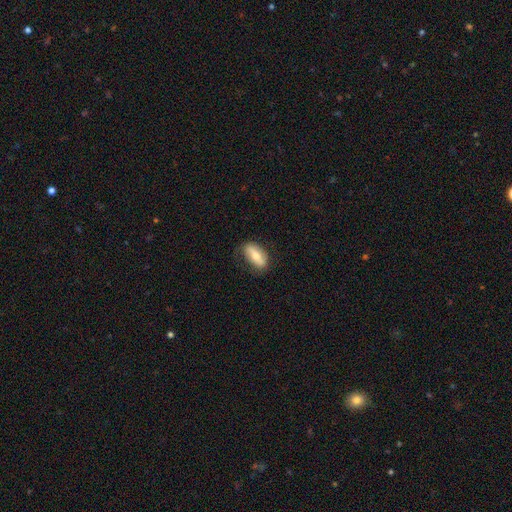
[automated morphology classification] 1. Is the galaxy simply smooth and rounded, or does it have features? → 61% smooth, 33% featured or disk, 6% star or artifact.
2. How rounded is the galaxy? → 84% in between, 12% cigar-shaped, 4% round.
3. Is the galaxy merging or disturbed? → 75% none, 19% minor disturbance, 5% major disturbance, 1% merger.